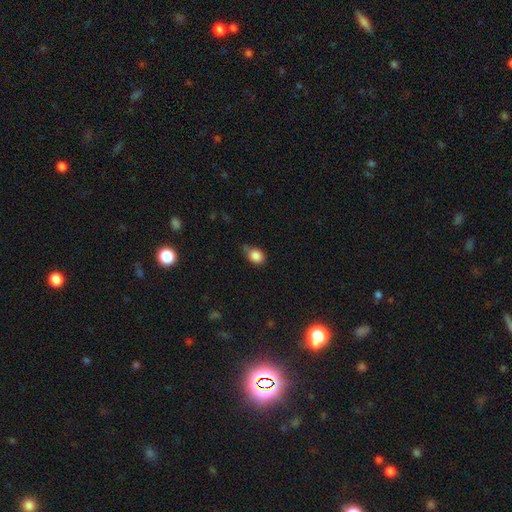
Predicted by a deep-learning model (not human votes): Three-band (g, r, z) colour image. It shows a smooth galaxy with no disk features (85%) that is in between round and cigar-shaped (54%). Merging: none (50%).